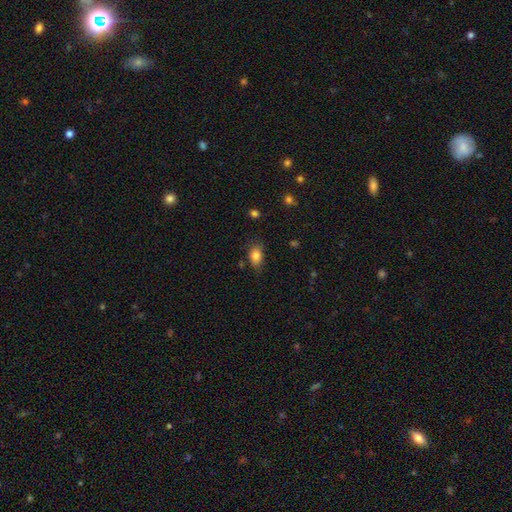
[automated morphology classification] Overall: smooth (83%). How rounded: in between (78%). Merging: none (74%).